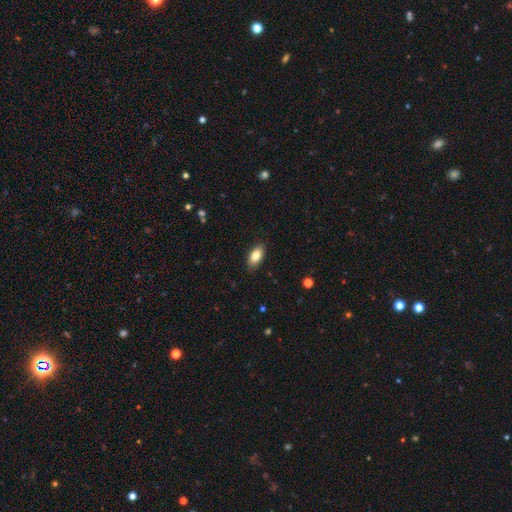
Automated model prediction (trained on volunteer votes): The model was most divided on "smooth or featured": smooth: 83%, featured or disk: 10%, star or artifact: 7%. More confident: how rounded — in between (90%); merging — none (86%).